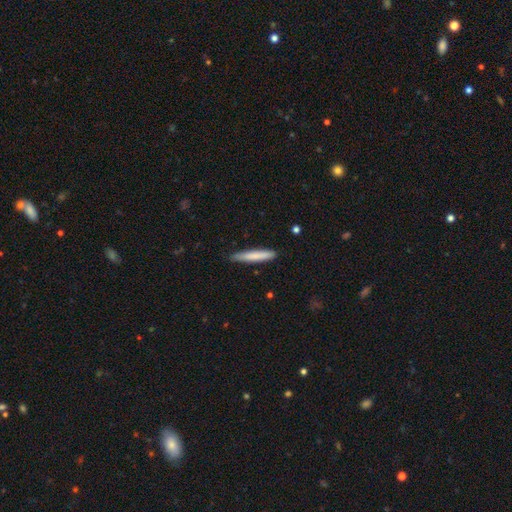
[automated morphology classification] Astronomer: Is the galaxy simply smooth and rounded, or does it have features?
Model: smooth — 77%.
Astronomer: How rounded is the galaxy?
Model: cigar-shaped — 94%.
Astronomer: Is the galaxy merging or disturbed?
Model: none — 85%.